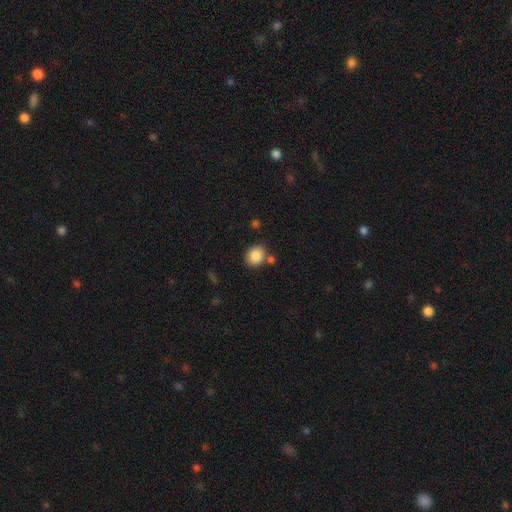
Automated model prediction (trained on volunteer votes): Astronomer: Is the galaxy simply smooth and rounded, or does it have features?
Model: smooth — 86%.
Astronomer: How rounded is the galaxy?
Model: round — 67%.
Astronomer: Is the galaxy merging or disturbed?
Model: none — 73%.